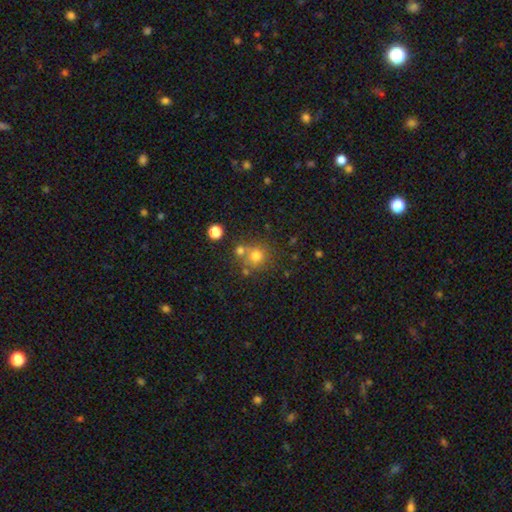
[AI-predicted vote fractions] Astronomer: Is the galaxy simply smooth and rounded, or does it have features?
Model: smooth — 72%.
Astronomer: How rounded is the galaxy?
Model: round — 87%.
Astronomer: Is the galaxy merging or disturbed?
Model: none — 61%.